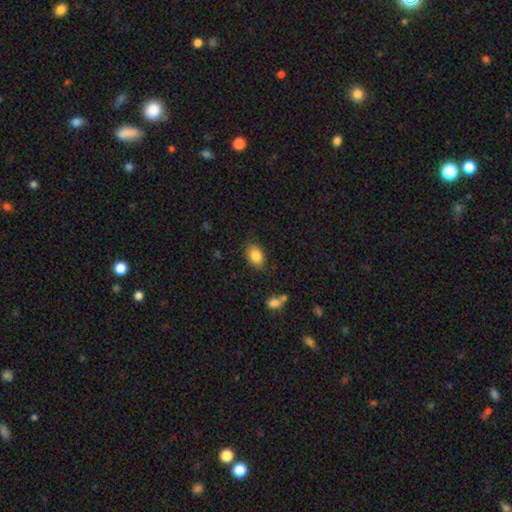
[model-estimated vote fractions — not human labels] A smooth galaxy with no disk features (84%) that is in between round and cigar-shaped (83%).

Vote fractions:
- Smooth or featured? smooth: 84% / star or artifact: 8% / featured or disk: 8%
- How rounded? in between: 83% / round: 16% / cigar-shaped: 1%
- Merging? none: 82% / minor disturbance: 13% / major disturbance: 3% / merger: 2%